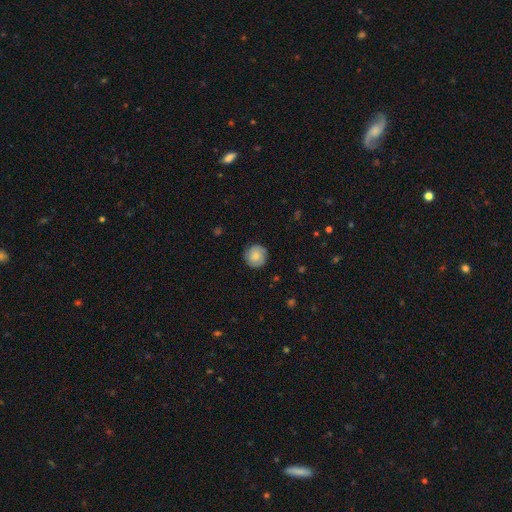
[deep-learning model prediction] Morphology: type=smooth (65%); roundness=round (93%); merging=none (85%).